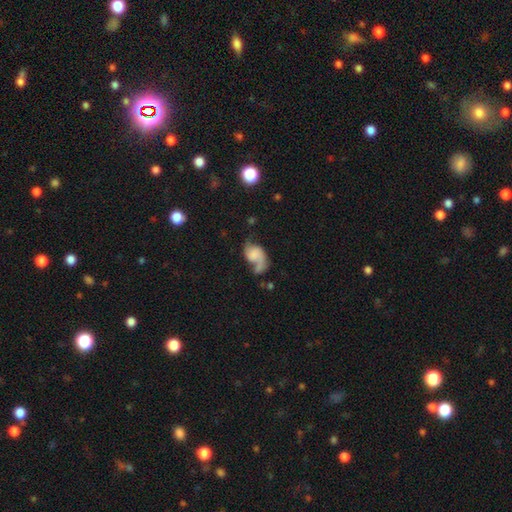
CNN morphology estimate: Smooth or featured? featured or disk (51%)
Edge-on disk? no (97%)
Merging? none (32%)